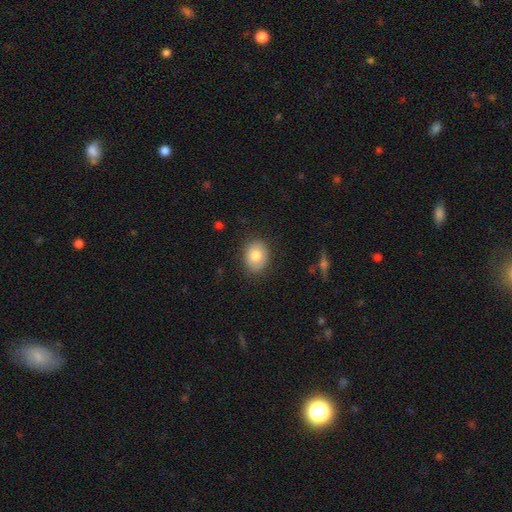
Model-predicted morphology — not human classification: The model was most divided on "how rounded": round: 53%, in between: 46%, cigar-shaped: 1%. More confident: merging — none (84%); smooth or featured — smooth (80%).